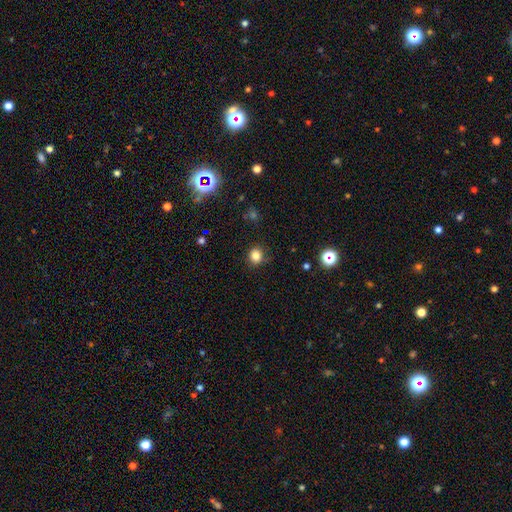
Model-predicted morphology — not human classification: smooth 82%, star or artifact 13%, featured or disk 5%. Down the decision tree: how rounded — round (75%); merging — none (85%).